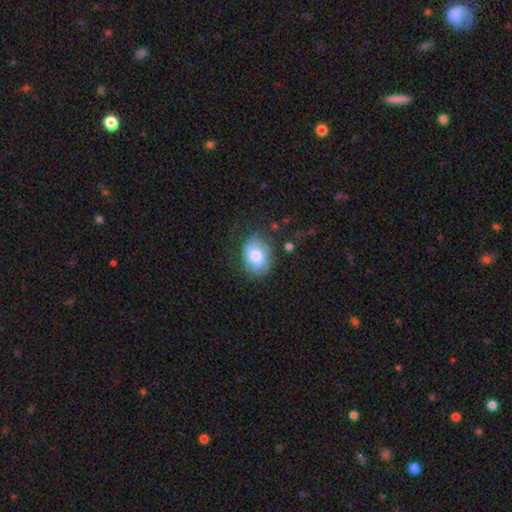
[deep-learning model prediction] Overall: featured or disk (56%; smooth 36%). Edge-on disk: no (97%). Bar: no (71%). Spiral arms: yes (85%). Bulge size: moderate (62%; large 27%). Merging: none (69%).